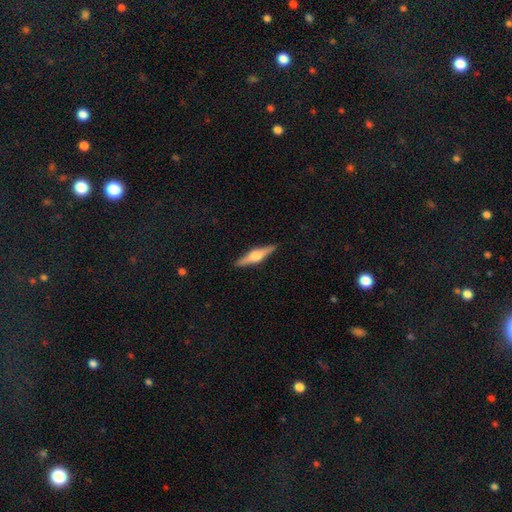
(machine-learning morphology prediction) smooth_or_featured: featured or disk (p=0.71) [alt: smooth p=0.24]
disk_edge_on: yes (p=0.98) [alt: no p=0.02]
edge_on_bulge: rounded (p=0.93) [alt: boxy p=0.05]
merging: none (p=0.91) [alt: minor disturbance p=0.07]